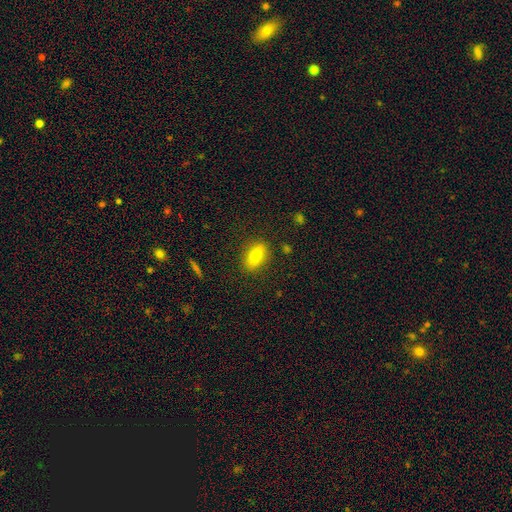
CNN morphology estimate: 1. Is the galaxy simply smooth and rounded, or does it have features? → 75% smooth, 16% featured or disk, 9% star or artifact.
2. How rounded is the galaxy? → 82% in between, 9% round, 9% cigar-shaped.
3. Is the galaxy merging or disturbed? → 85% none, 10% minor disturbance, 3% major disturbance, 1% merger.